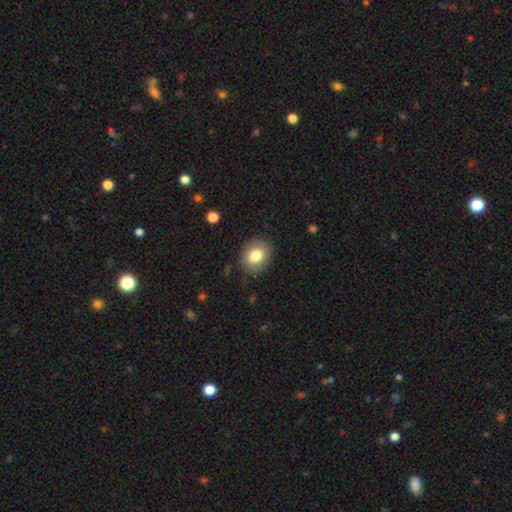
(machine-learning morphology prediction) A smooth galaxy with no disk features (81%) that is in between round and cigar-shaped (56%). Merging: none (85%).